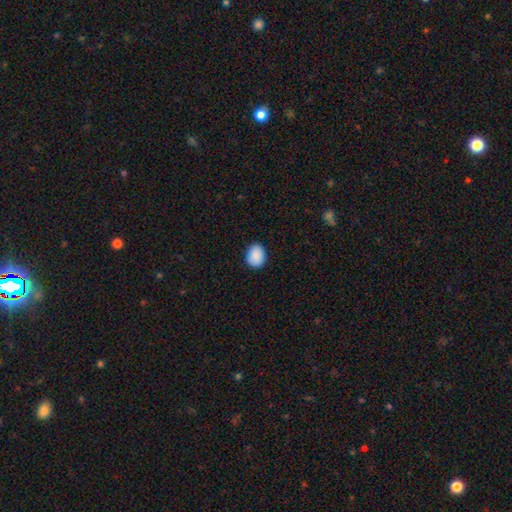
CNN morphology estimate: This is clearly a smooth galaxy (90%). How rounded: likely in between (63%). Merging: clearly none (86%).